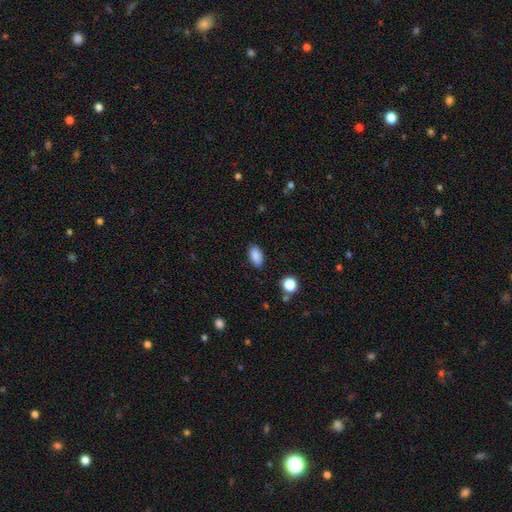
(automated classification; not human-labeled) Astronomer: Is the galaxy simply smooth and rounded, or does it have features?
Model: smooth — 88%.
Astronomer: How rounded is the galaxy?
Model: in between — 92%.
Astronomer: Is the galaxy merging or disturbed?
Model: none — 86%.